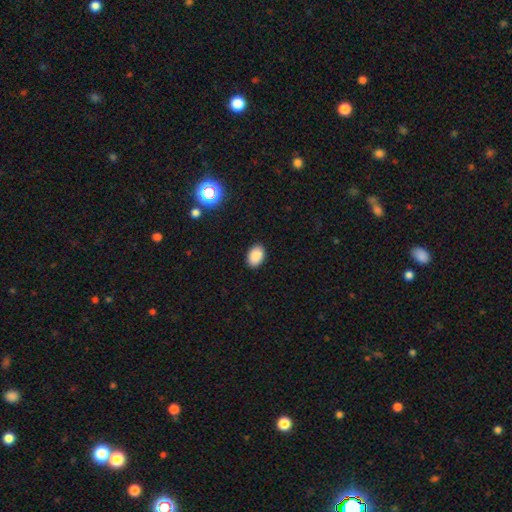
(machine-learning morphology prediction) Smooth or featured? smooth (88%)
How rounded? in between (85%)
Merging? none (90%)